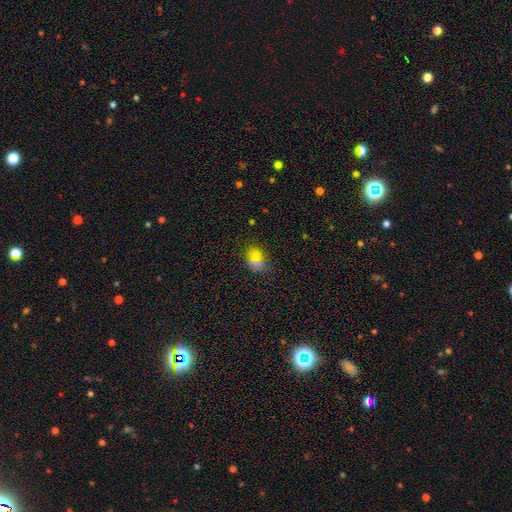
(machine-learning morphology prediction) Smooth or featured?
  - smooth: 63% *
  - star or artifact: 28%
  - featured or disk: 8%
How rounded?
  - in between: 65% *
  - round: 31%
  - cigar-shaped: 4%
Merging?
  - none: 75% *
  - minor disturbance: 13%
  - merger: 6%
  - major disturbance: 5%